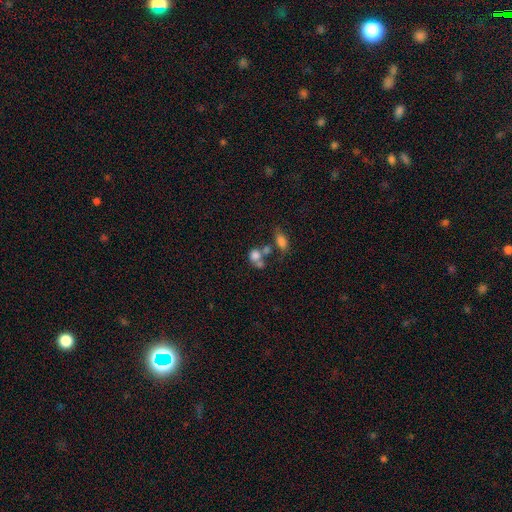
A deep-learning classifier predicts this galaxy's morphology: Smooth or featured? Predicted: smooth (p=0.74). How rounded? Predicted: round (p=0.63). Merging? Predicted: merger (p=0.47).